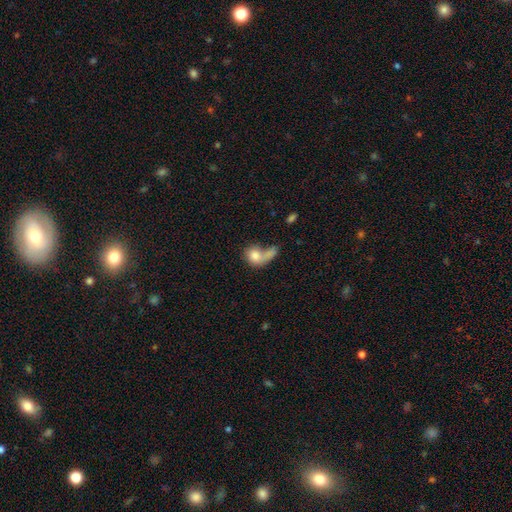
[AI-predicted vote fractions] The model was most divided on "how rounded": round: 50%, in between: 47%, cigar-shaped: 3%. Remaining: smooth or featured — smooth (74%); merging — merger (40%).